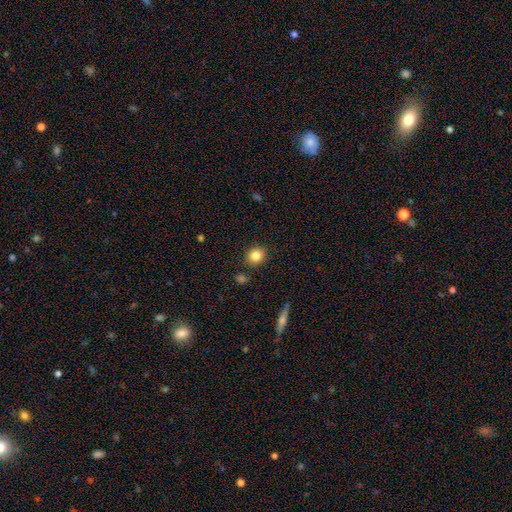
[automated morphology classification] Smooth or featured: smooth — 84% (star or artifact — 10%)
How rounded: round — 71% (in between — 28%)
Merging: none — 86% (minor disturbance — 9%)